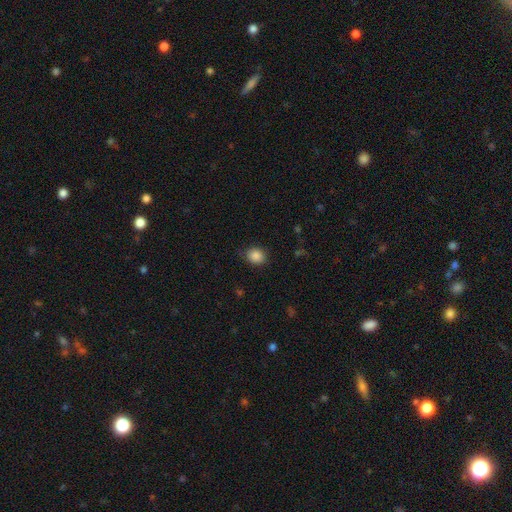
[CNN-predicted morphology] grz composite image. It shows a smooth galaxy with no disk features (87%) that is round (66%). Merging: none (82%).